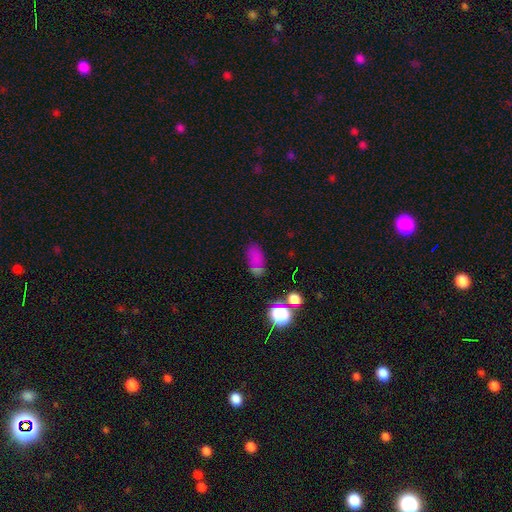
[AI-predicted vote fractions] This appears to be a smooth galaxy with no disk features (68%) that is in between round and cigar-shaped (86%). Merging: none (61%).